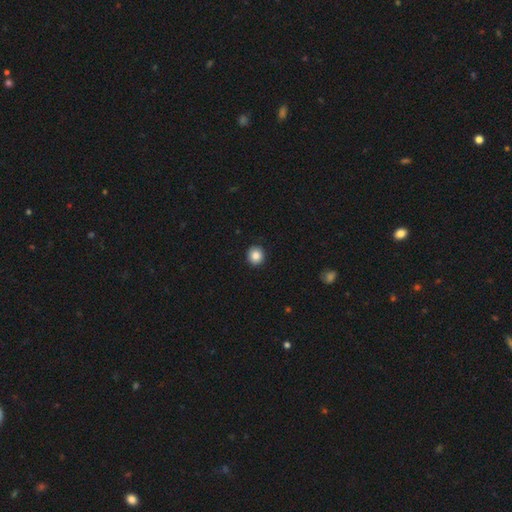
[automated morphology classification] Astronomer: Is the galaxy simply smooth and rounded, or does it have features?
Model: smooth — 86%.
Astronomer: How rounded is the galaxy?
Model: round — 91%.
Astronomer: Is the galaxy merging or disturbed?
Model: none — 91%.